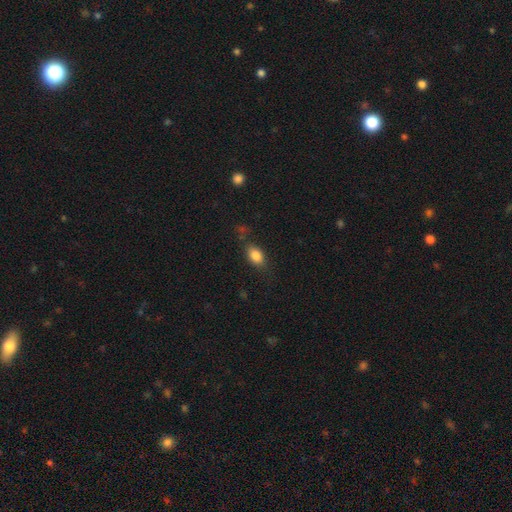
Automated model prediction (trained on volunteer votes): A smooth galaxy with no disk features (84%) that is in between round and cigar-shaped (84%).

Vote fractions:
- Smooth or featured? smooth: 84% / star or artifact: 9% / featured or disk: 7%
- How rounded? in between: 84% / round: 13% / cigar-shaped: 3%
- Merging? none: 74% / minor disturbance: 17% / major disturbance: 6% / merger: 3%